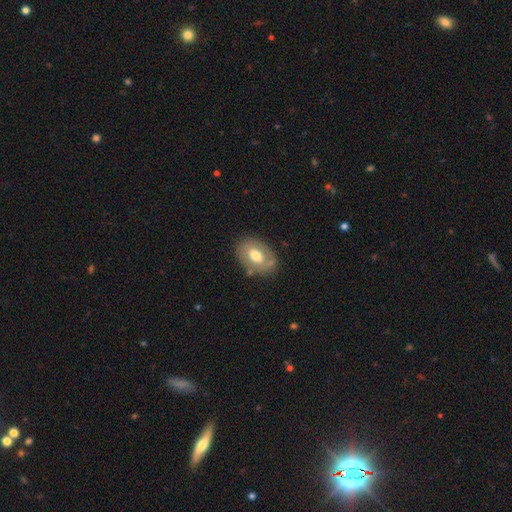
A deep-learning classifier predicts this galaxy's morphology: A smooth galaxy with no disk features (59%) that is in between round and cigar-shaped (80%). Merging: none (74%).